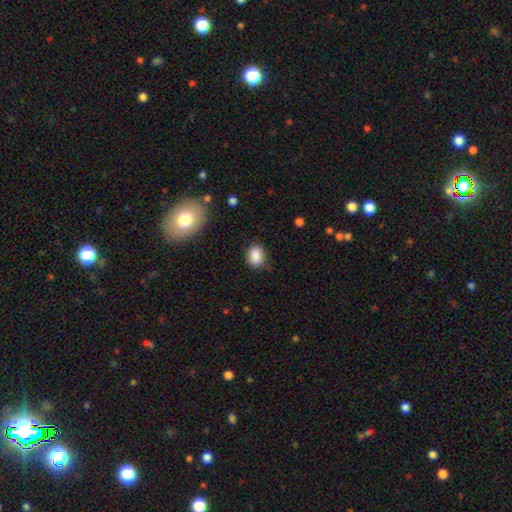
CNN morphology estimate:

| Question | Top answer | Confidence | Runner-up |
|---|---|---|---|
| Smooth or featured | smooth | 87% | star or artifact (9%) |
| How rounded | in between | 66% | round (33%) |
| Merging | none | 77% | minor disturbance (17%) |